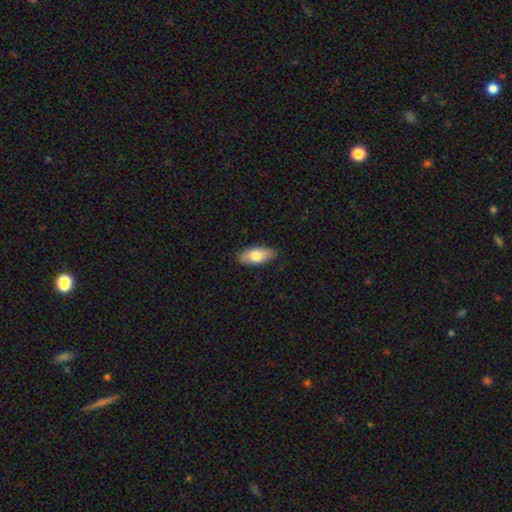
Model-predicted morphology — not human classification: Smooth or featured? smooth (77%)
How rounded? in between (88%)
Merging? none (86%)